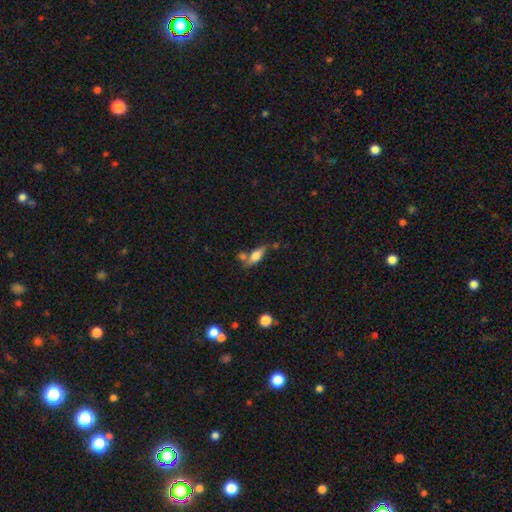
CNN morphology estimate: smooth-or-featured: smooth: 60% | featured or disk: 31% | star or artifact: 9%
  how-rounded: in between: 59% | cigar-shaped: 37% | round: 4%
  merging: none: 55% | merger: 20% | minor disturbance: 18% | major disturbance: 7%